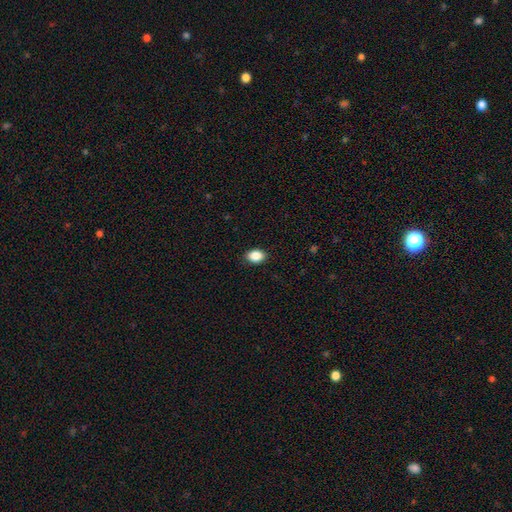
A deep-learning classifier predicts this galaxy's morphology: Smooth or featured?
  - smooth: 88% *
  - star or artifact: 8%
  - featured or disk: 4%
How rounded?
  - in between: 76% *
  - round: 22%
  - cigar-shaped: 1%
Merging?
  - none: 89% *
  - minor disturbance: 8%
  - major disturbance: 2%
  - merger: 1%